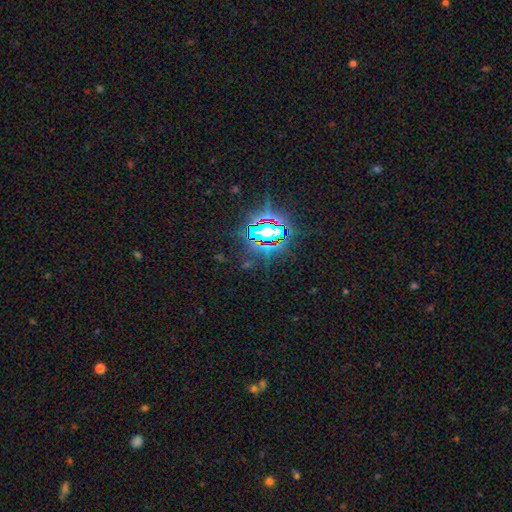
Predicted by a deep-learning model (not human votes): Smooth or featured: star or artifact — 80% (smooth — 12%)